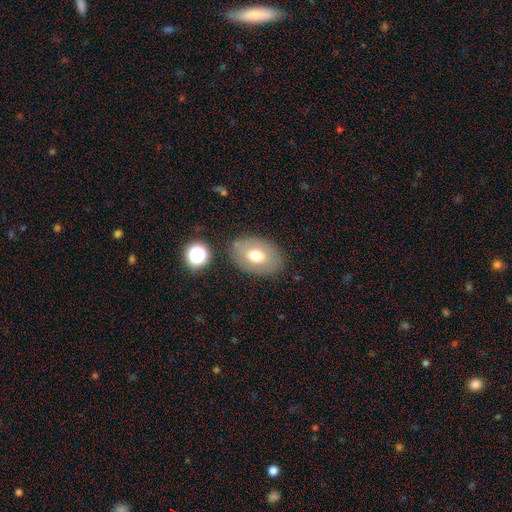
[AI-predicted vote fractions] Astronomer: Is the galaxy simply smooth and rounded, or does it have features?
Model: smooth — 68%.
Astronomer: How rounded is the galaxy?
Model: in between — 82%.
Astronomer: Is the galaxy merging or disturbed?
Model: none — 81%.